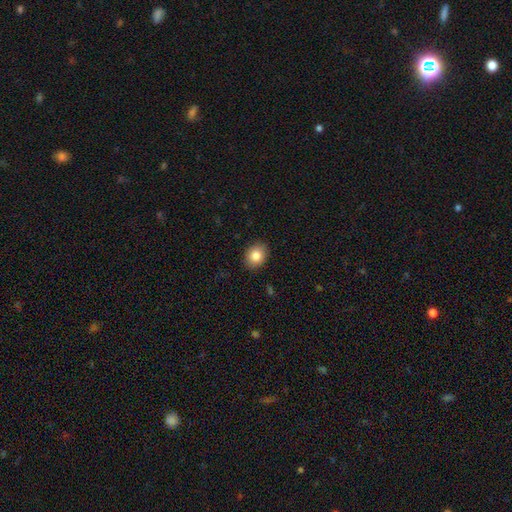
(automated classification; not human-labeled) Overall: smooth (84%). How rounded: in between (51%; round 48%). Merging: none (89%).